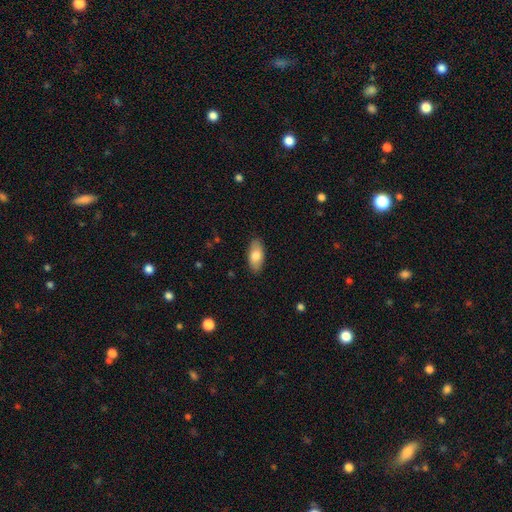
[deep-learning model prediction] A smooth galaxy with no disk features (79%) that is in between round and cigar-shaped (91%).

Vote fractions:
- Smooth or featured? smooth: 79% / featured or disk: 15% / star or artifact: 6%
- How rounded? in between: 91% / cigar-shaped: 7% / round: 3%
- Merging? none: 88% / minor disturbance: 9% / major disturbance: 2% / merger: 1%